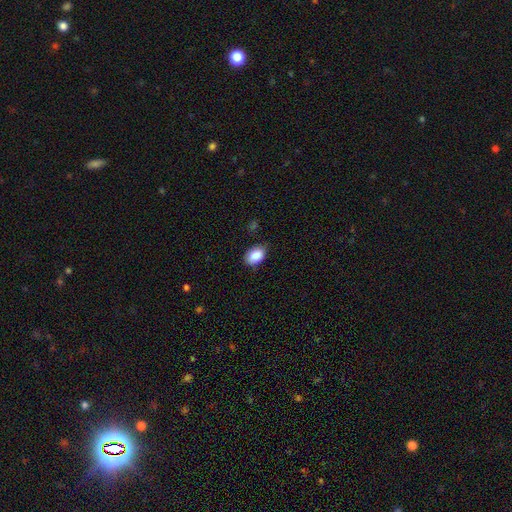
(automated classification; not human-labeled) The model was most divided on "merging": none: 77%, minor disturbance: 19%, major disturbance: 3%, merger: 1%. More confident: smooth or featured — smooth (87%); how rounded — in between (84%).